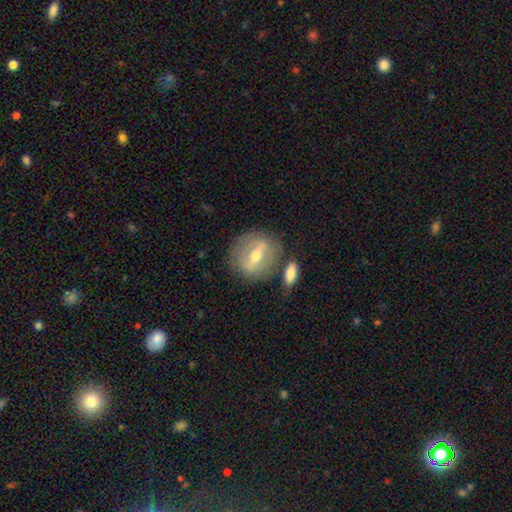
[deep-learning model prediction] Smooth or featured?
  - featured or disk: 65% *
  - smooth: 28%
  - star or artifact: 7%
Edge-on disk?
  - no: 76% *
  - yes: 24%
Merging?
  - none: 72% *
  - minor disturbance: 13%
  - merger: 10%
  - major disturbance: 5%